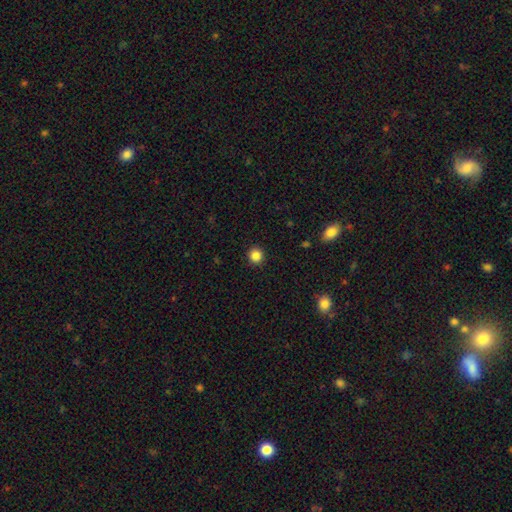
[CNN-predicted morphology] Smooth or featured? Predicted: smooth (p=0.85). How rounded? Predicted: round (p=0.93). Merging? Predicted: none (p=0.93).